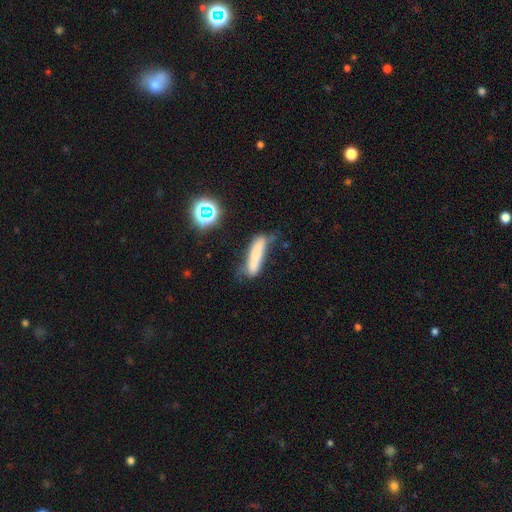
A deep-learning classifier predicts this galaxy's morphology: A smooth galaxy with no disk features (68%) that is cigar-shaped (84%).

Vote fractions:
- Smooth or featured? smooth: 68% / featured or disk: 21% / star or artifact: 11%
- How rounded? cigar-shaped: 84% / in between: 14% / round: 2%
- Merging? none: 52% / minor disturbance: 29% / major disturbance: 13% / merger: 6%